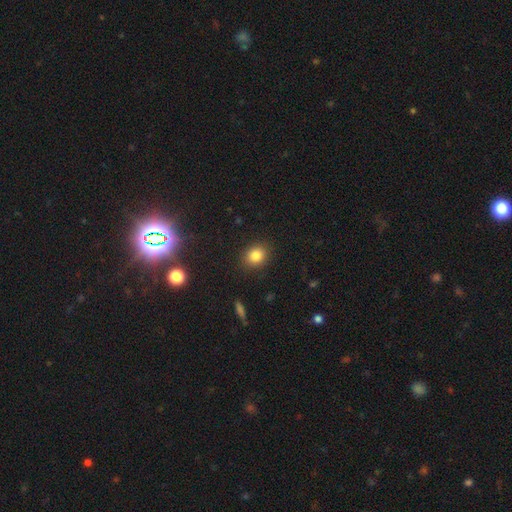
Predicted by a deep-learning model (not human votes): Smooth or featured: smooth — 83% (star or artifact — 11%)
How rounded: round — 63% (in between — 36%)
Merging: none — 89% (minor disturbance — 8%)